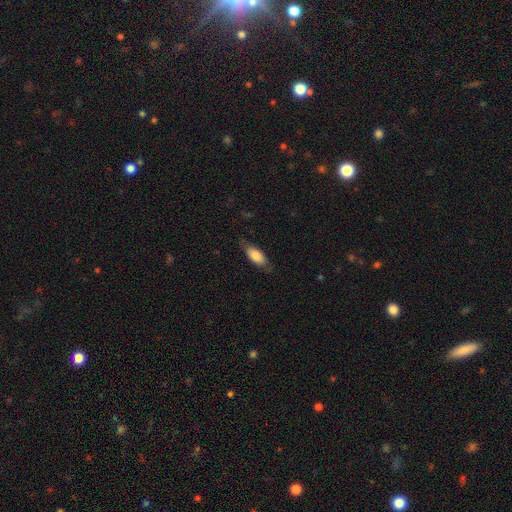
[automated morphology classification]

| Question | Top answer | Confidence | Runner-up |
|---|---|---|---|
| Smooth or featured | smooth | 76% | featured or disk (18%) |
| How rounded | in between | 81% | cigar-shaped (17%) |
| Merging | none | 72% | minor disturbance (20%) |